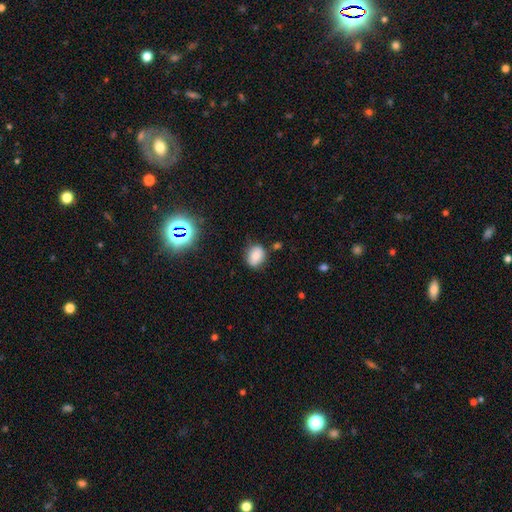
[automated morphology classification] This is likely a smooth galaxy (73%). How rounded: possibly round (56%). Merging: likely none (74%).